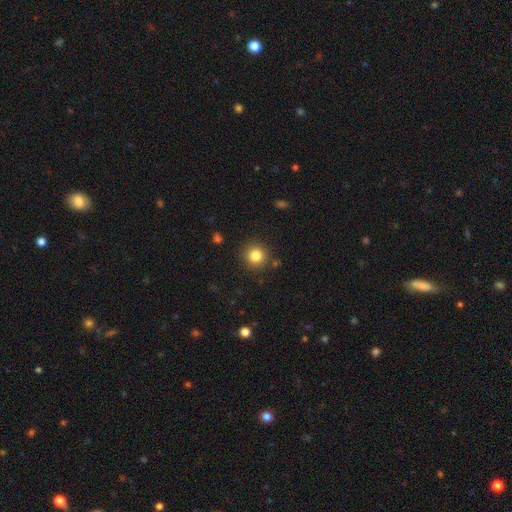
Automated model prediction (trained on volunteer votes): Smooth or featured? smooth (83%)
How rounded? round (93%)
Merging? none (88%)